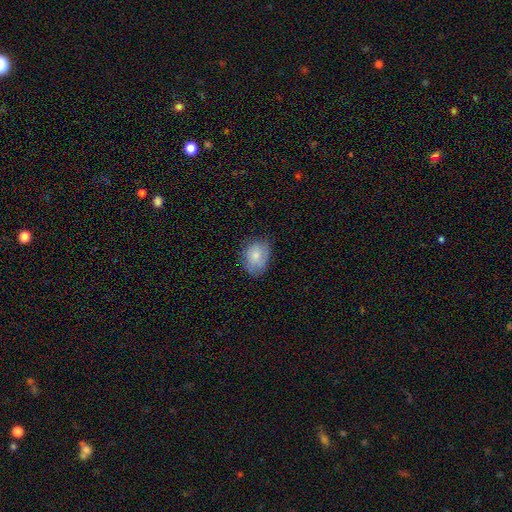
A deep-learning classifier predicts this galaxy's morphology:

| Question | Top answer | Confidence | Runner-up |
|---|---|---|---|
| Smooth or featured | smooth | 75% | featured or disk (18%) |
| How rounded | in between | 73% | round (26%) |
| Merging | none | 65% | minor disturbance (27%) |